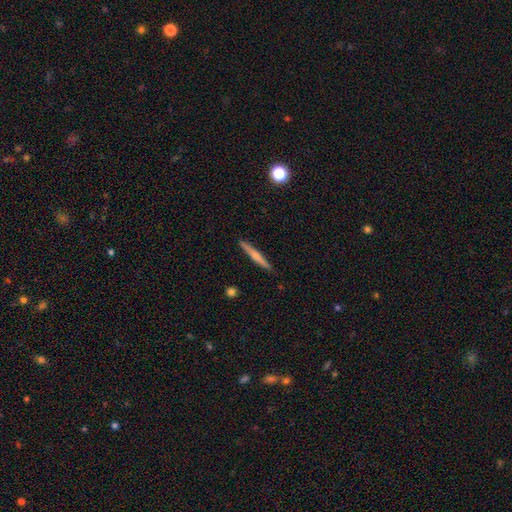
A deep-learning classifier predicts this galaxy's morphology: Q: Smooth or featured?
A: smooth (58%); runner-up: featured or disk (36%)
Q: How rounded?
A: cigar-shaped (96%); runner-up: in between (3%)
Q: Merging?
A: none (91%); runner-up: minor disturbance (7%)